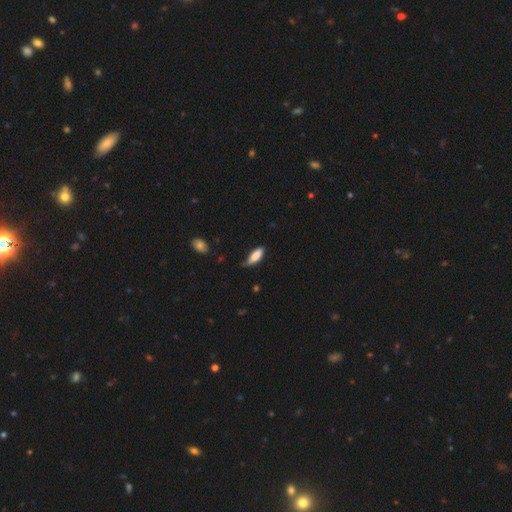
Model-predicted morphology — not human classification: Q: Smooth or featured?
A: smooth (82%); runner-up: featured or disk (12%)
Q: How rounded?
A: in between (68%); runner-up: cigar-shaped (30%)
Q: Merging?
A: none (52%); runner-up: minor disturbance (38%)